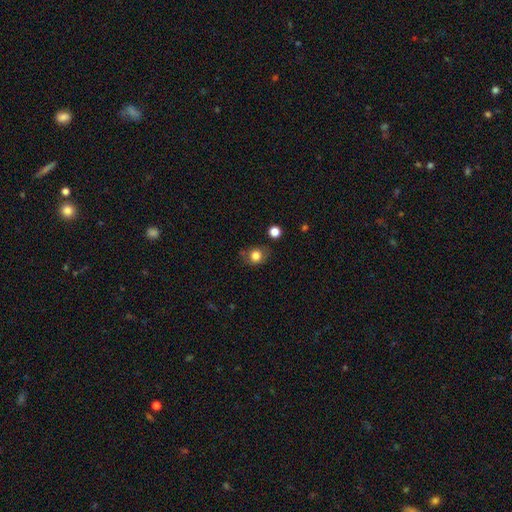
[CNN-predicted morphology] Smooth or featured?
  - smooth: 80% *
  - star or artifact: 10%
  - featured or disk: 10%
How rounded?
  - round: 67% *
  - in between: 32%
  - cigar-shaped: 1%
Merging?
  - none: 71% *
  - minor disturbance: 19%
  - major disturbance: 6%
  - merger: 4%